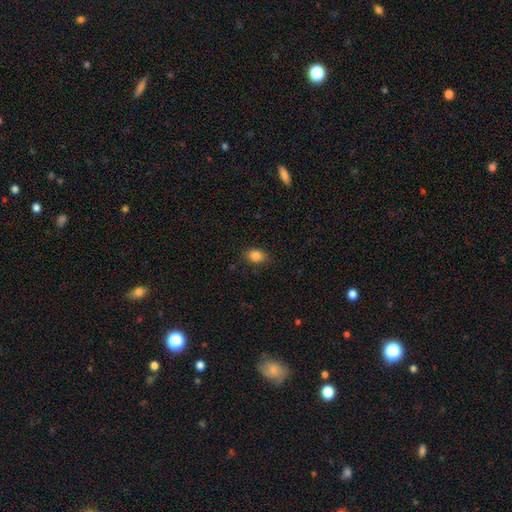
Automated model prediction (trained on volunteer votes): Smooth or featured?
  - smooth: 85% *
  - star or artifact: 10%
  - featured or disk: 6%
How rounded?
  - in between: 71% *
  - round: 28%
  - cigar-shaped: 1%
Merging?
  - none: 83% *
  - minor disturbance: 13%
  - major disturbance: 3%
  - merger: 1%